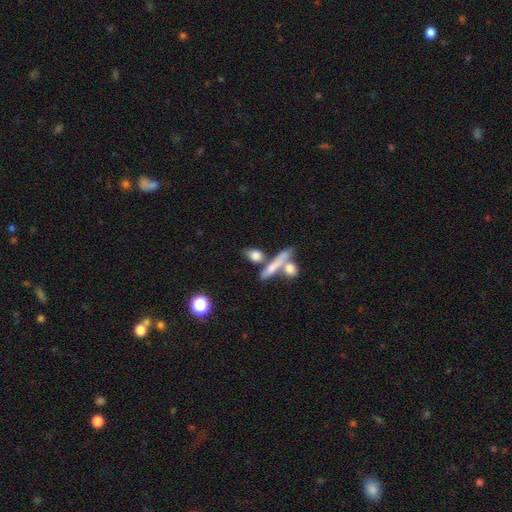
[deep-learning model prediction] The model was most divided on "how rounded": in between: 41%, cigar-shaped: 40%, round: 18%. Remaining: smooth or featured — smooth (72%); merging — none (49%).